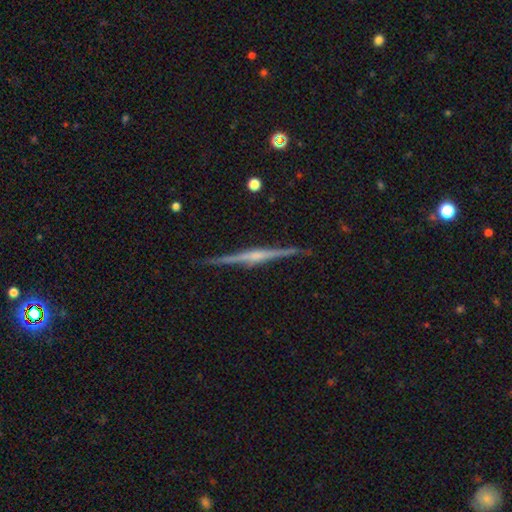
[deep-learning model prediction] Morphology: type=featured or disk (85%); edge-on=yes (98%); edge-on bulge=rounded (69%); merging=none (91%).